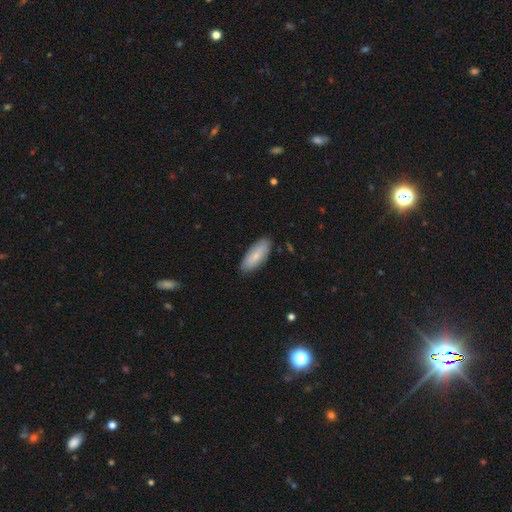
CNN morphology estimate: Smooth or featured? smooth (79%)
How rounded? in between (77%)
Merging? none (85%)